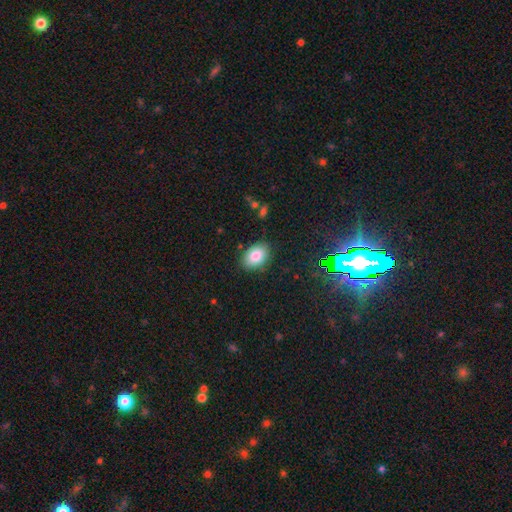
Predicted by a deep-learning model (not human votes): Smooth or featured? Predicted: smooth (p=0.83). How rounded? Predicted: in between (p=0.83). Merging? Predicted: none (p=0.84).